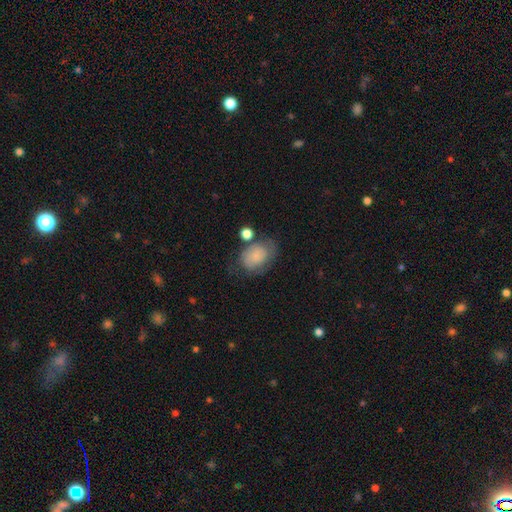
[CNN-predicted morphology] Smooth or featured? smooth (70%)
How rounded? in between (70%)
Merging? none (53%)